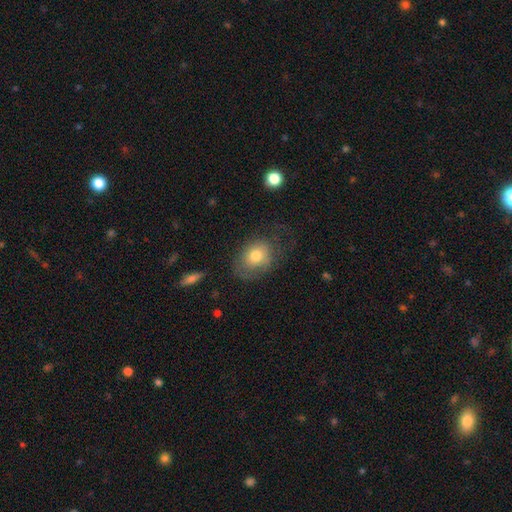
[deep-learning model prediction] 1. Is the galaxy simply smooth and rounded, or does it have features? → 73% smooth, 18% featured or disk, 8% star or artifact.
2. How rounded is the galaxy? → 60% in between, 39% round, 1% cigar-shaped.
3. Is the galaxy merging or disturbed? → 51% none, 25% minor disturbance, 22% major disturbance, 2% merger.